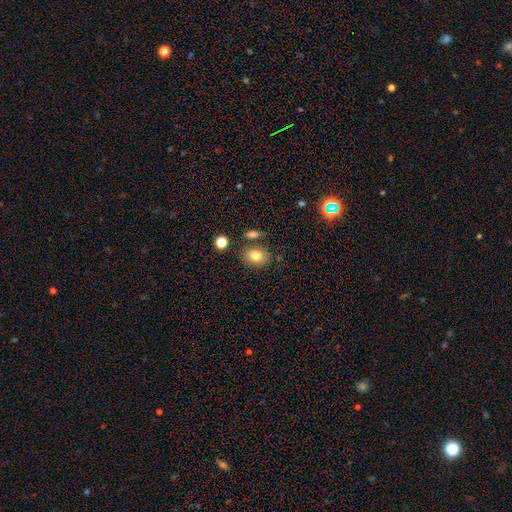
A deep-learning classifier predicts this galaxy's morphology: This appears to be a smooth galaxy with no disk features (80%) that is in between round and cigar-shaped (61%). Merging: none (74%).